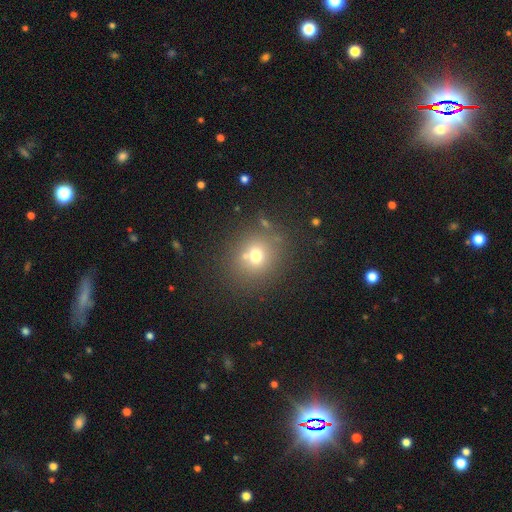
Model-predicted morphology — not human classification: Q: Smooth or featured?
A: smooth (67%); runner-up: star or artifact (19%)
Q: How rounded?
A: round (82%); runner-up: in between (17%)
Q: Merging?
A: none (74%); runner-up: merger (11%)